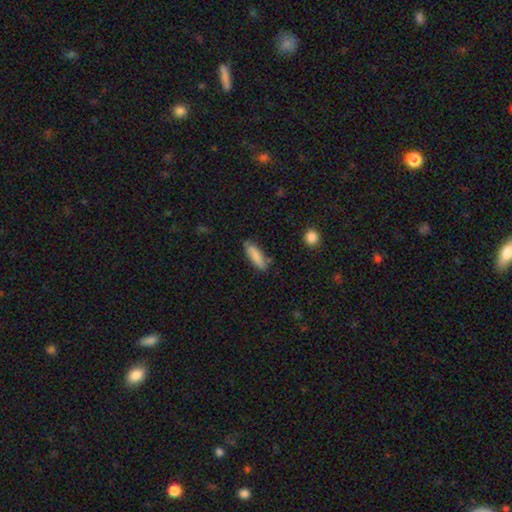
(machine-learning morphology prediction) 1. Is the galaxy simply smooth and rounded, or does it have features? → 82% smooth, 11% featured or disk, 7% star or artifact.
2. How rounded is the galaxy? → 55% cigar-shaped, 43% in between, 2% round.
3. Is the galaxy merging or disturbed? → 74% none, 19% minor disturbance, 4% major disturbance, 3% merger.